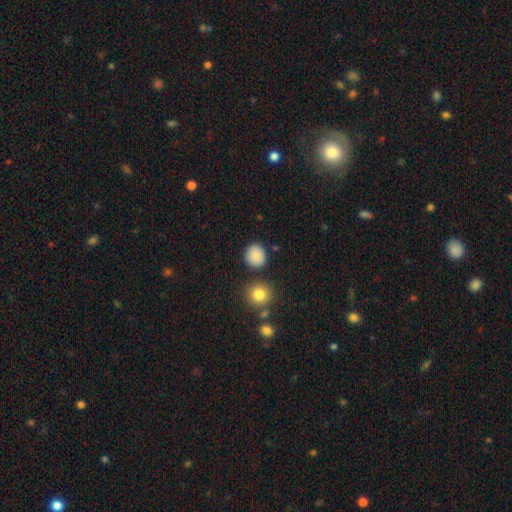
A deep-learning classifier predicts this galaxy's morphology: This appears to be a smooth galaxy with no disk features (87%) that is round (84%). Merging: none (85%).